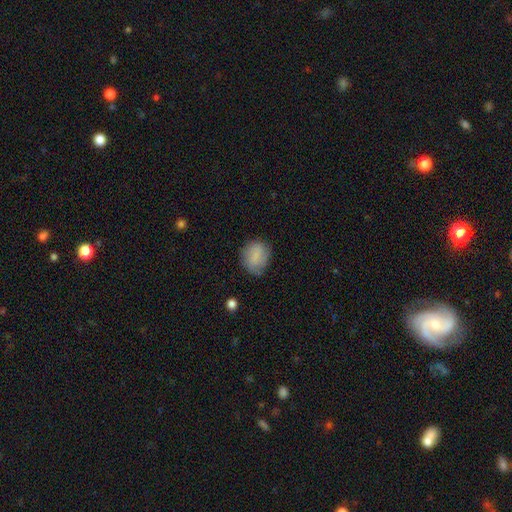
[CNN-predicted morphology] type=smooth (77%); roundness=round (61%); merging=none (66%).